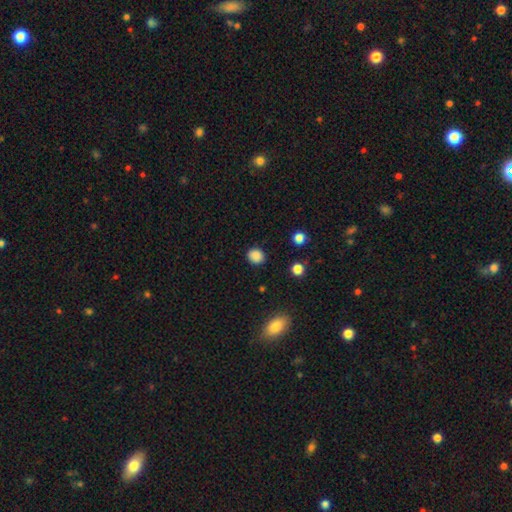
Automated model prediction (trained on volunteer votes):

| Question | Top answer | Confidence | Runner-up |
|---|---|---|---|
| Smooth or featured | smooth | 87% | star or artifact (10%) |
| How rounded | round | 75% | in between (24%) |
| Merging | none | 88% | minor disturbance (8%) |